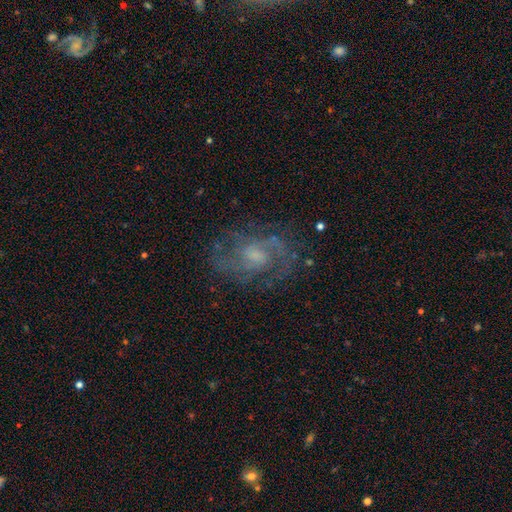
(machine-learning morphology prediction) Q: Smooth or featured?
A: featured or disk (80%); runner-up: star or artifact (12%)
Q: Edge-on disk?
A: no (97%); runner-up: yes (3%)
Q: Bar?
A: no (49%); runner-up: weak (43%)
Q: Spiral arms?
A: yes (95%); runner-up: no (5%)
Q: Spiral winding?
A: medium (51%); runner-up: tight (34%)
Q: Spiral arm count?
A: 2 (66%); runner-up: can't tell (15%)
Q: Bulge size?
A: moderate (43%); runner-up: small (40%)
Q: Merging?
A: none (79%); runner-up: minor disturbance (13%)